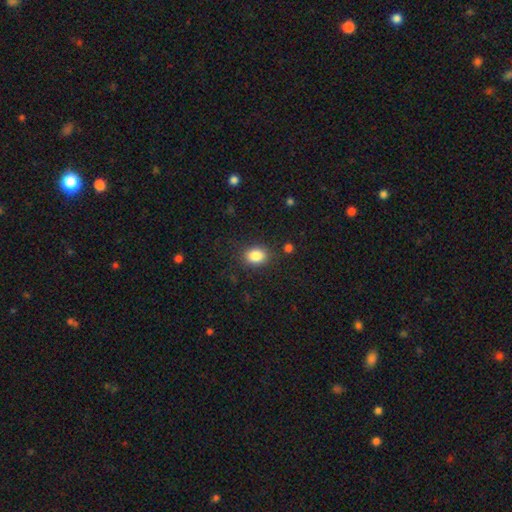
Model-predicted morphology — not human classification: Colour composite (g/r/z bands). It shows a smooth galaxy with no disk features (85%) that is in between round and cigar-shaped (62%). Merging: none (85%).